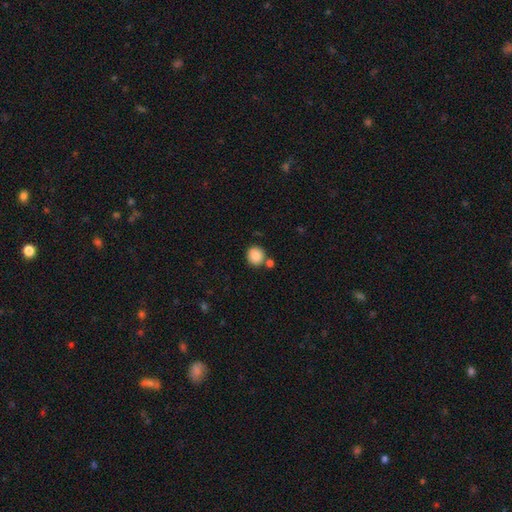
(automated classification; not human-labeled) smooth 86%, star or artifact 9%, featured or disk 5%. Down the decision tree: how rounded — round (89%); merging — none (73%).